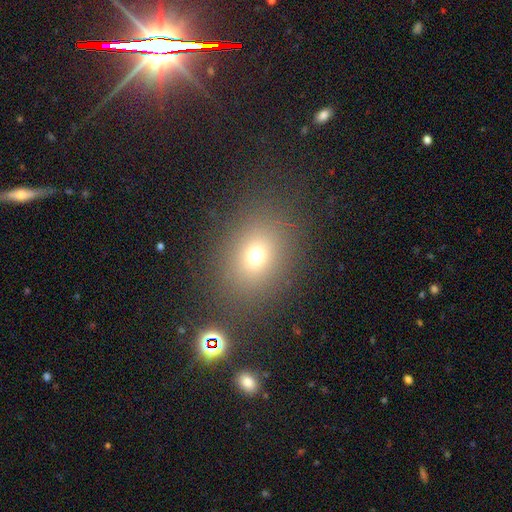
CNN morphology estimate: The model was most divided on "how rounded": round: 50%, in between: 48%, cigar-shaped: 1%. More confident: merging — none (81%); smooth or featured — smooth (69%).